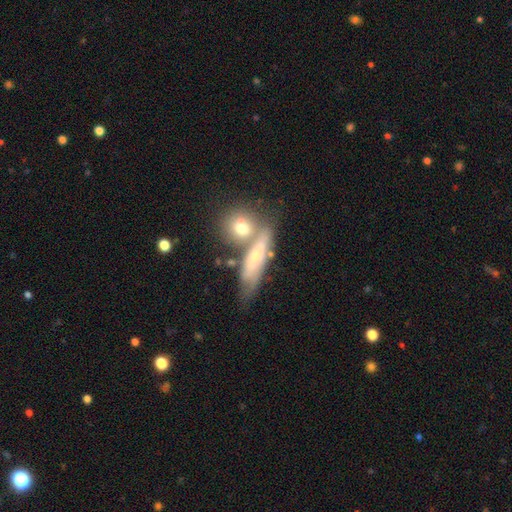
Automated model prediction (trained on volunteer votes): Smooth or featured?
  - featured or disk: 47% *
  - smooth: 44%
  - star or artifact: 8%
Merging?
  - none: 38% *
  - merger: 36%
  - minor disturbance: 17%
  - major disturbance: 8%